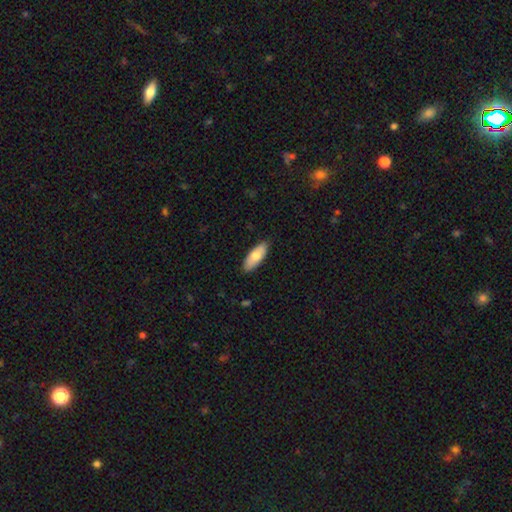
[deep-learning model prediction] A smooth galaxy with no disk features (76%) that is in between round and cigar-shaped (77%).

Vote fractions:
- Smooth or featured? smooth: 76% / featured or disk: 18% / star or artifact: 6%
- How rounded? in between: 77% / cigar-shaped: 21% / round: 2%
- Merging? none: 87% / minor disturbance: 10% / major disturbance: 2% / merger: 1%